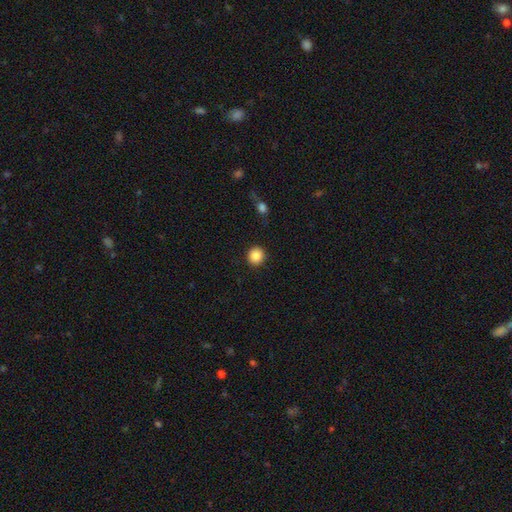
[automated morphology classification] smooth-or-featured: smooth: 88% | star or artifact: 9% | featured or disk: 3%
  how-rounded: round: 94% | in between: 5% | cigar-shaped: 1%
  merging: none: 92% | minor disturbance: 5% | major disturbance: 2% | merger: 1%